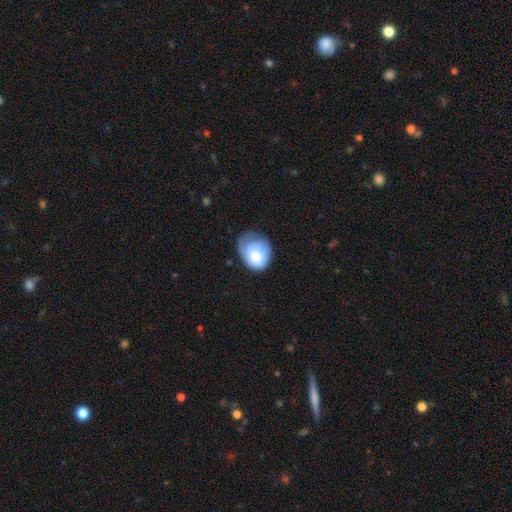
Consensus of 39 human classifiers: This appears to be a smooth galaxy with no disk features (69%) that is round (59%). Merging: minor disturbance (36%).